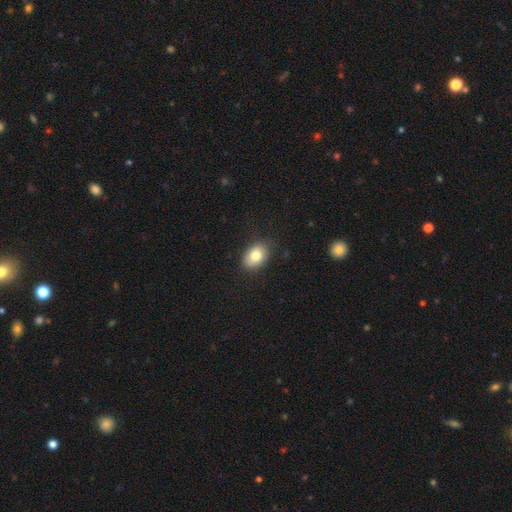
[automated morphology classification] A smooth galaxy with no disk features (80%) that is in between round and cigar-shaped (82%).

Vote fractions:
- Smooth or featured? smooth: 80% / featured or disk: 12% / star or artifact: 8%
- How rounded? in between: 82% / round: 16% / cigar-shaped: 1%
- Merging? none: 82% / minor disturbance: 14% / major disturbance: 3% / merger: 1%